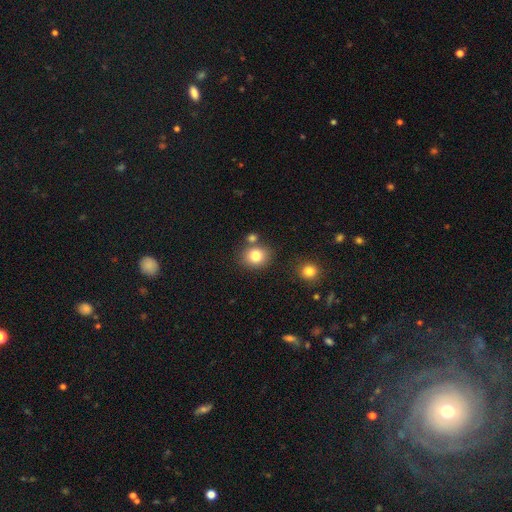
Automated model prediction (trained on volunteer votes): Q: Smooth or featured?
A: smooth (82%); runner-up: star or artifact (11%)
Q: How rounded?
A: round (72%); runner-up: in between (27%)
Q: Merging?
A: none (74%); runner-up: merger (12%)